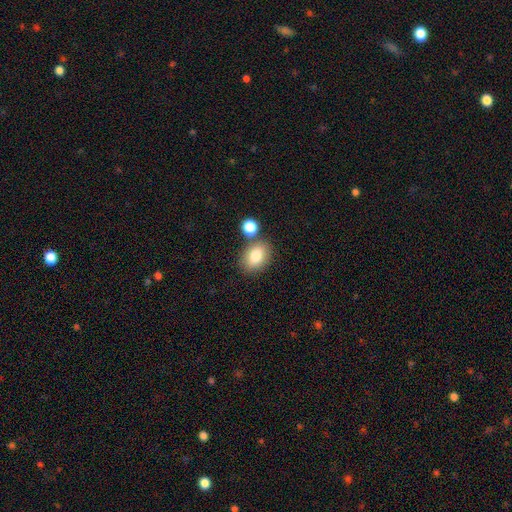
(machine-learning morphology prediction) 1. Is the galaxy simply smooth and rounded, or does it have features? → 81% smooth, 10% featured or disk, 9% star or artifact.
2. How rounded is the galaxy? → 71% in between, 27% round, 1% cigar-shaped.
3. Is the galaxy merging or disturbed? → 70% none, 15% merger, 12% minor disturbance, 3% major disturbance.